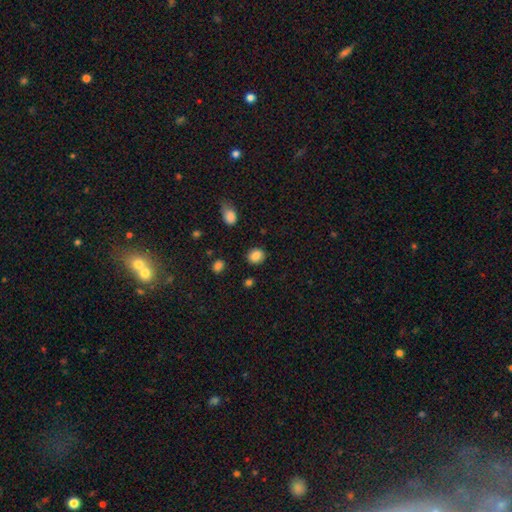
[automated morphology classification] Smooth or featured? smooth (85%)
How rounded? round (63%)
Merging? none (84%)